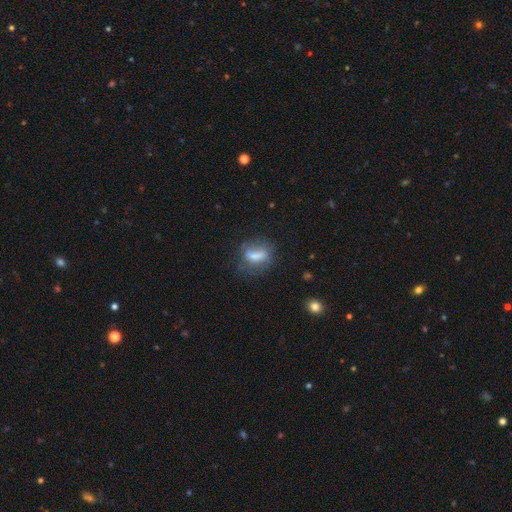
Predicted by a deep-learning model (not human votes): Smooth or featured: smooth — 62% (featured or disk — 27%)
How rounded: in between — 63% (cigar-shaped — 20%)
Merging: none — 53% (minor disturbance — 25%)